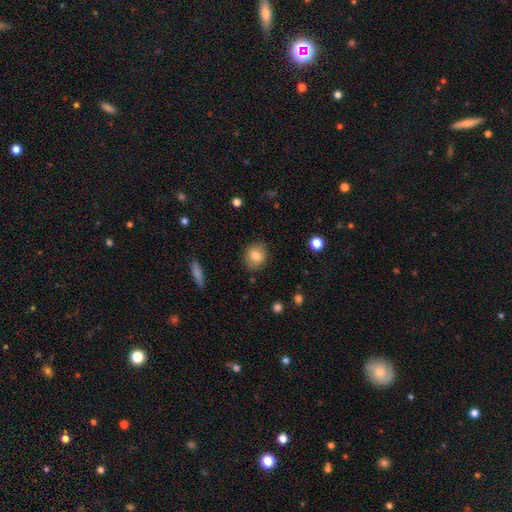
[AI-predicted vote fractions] Smooth or featured? smooth (82%)
How rounded? round (78%)
Merging? none (88%)